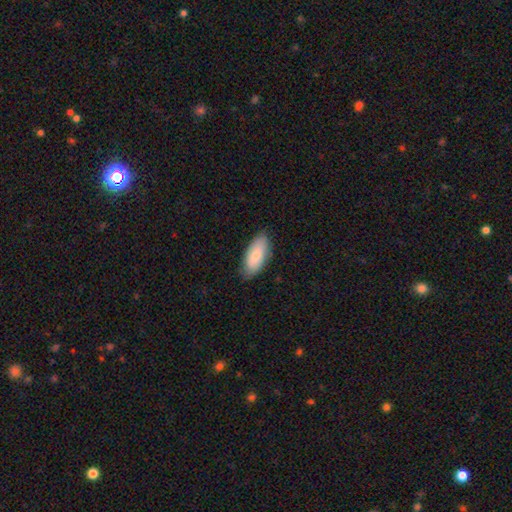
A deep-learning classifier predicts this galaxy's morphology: Smooth or featured? Predicted: smooth (p=0.78). How rounded? Predicted: in between (p=0.86). Merging? Predicted: none (p=0.82).